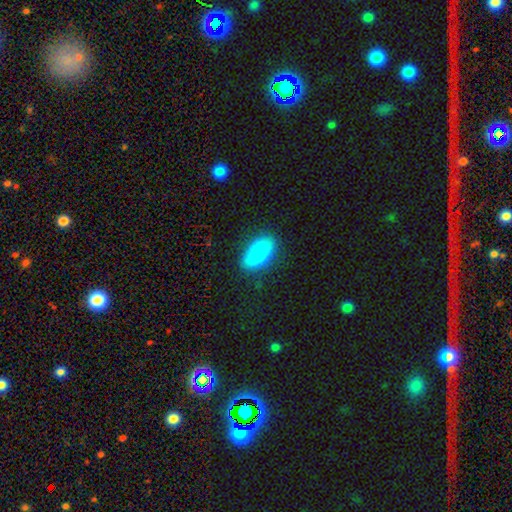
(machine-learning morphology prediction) type=smooth (86%); roundness=in between (90%); merging=none (80%).